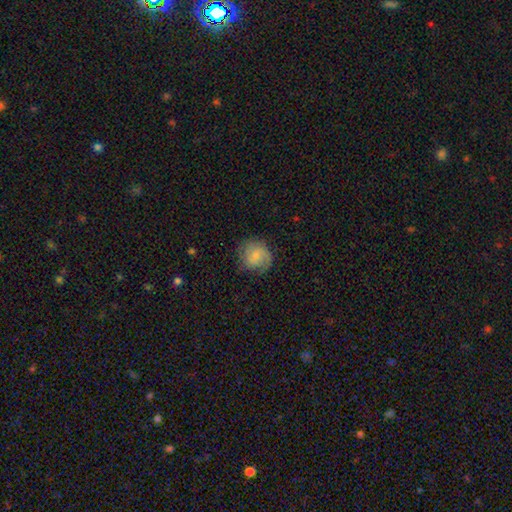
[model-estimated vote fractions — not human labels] smooth-or-featured: smooth: 67% | featured or disk: 25% | star or artifact: 8%
  how-rounded: round: 83% | in between: 16% | cigar-shaped: 1%
  merging: none: 68% | minor disturbance: 21% | major disturbance: 10% | merger: 1%